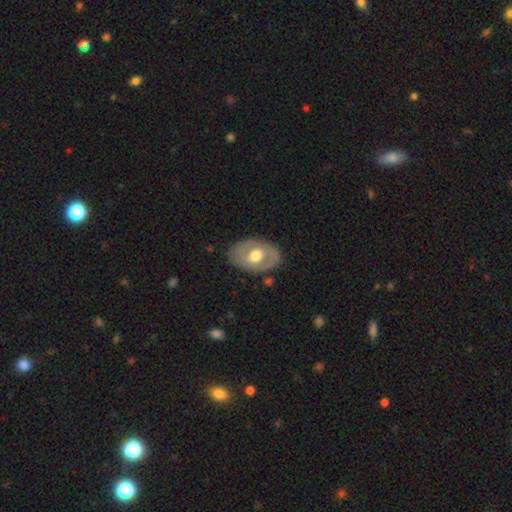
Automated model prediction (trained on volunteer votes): smooth-or-featured: featured or disk: 52% | smooth: 42% | star or artifact: 5%
  disk-edge-on: no: 91% | yes: 9%
  merging: none: 79% | minor disturbance: 15% | major disturbance: 5% | merger: 2%